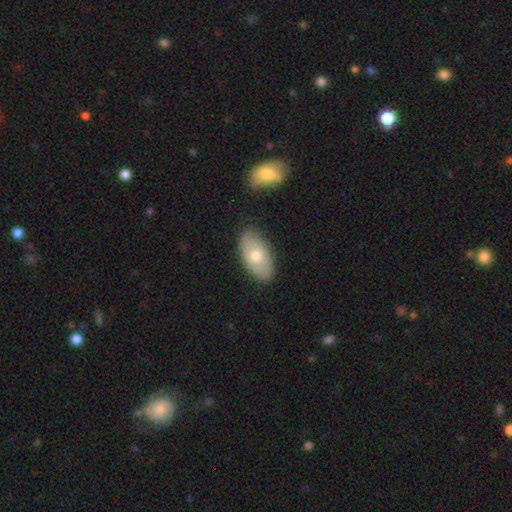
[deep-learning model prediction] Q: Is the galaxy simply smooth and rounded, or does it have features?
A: smooth — 65%.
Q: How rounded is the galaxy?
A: in between — 94%.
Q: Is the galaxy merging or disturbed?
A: none — 83%.